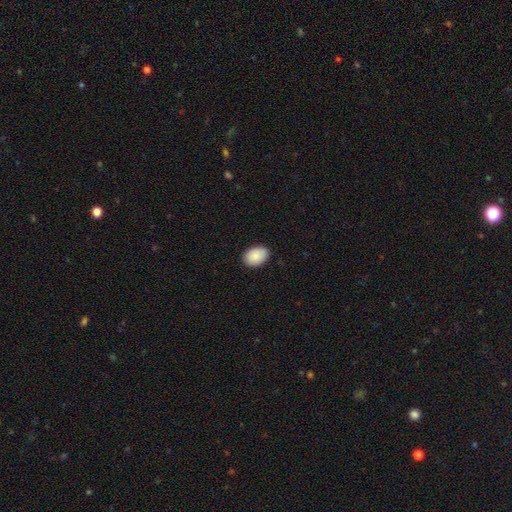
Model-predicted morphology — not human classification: Smooth or featured? smooth (88%)
How rounded? in between (84%)
Merging? none (88%)